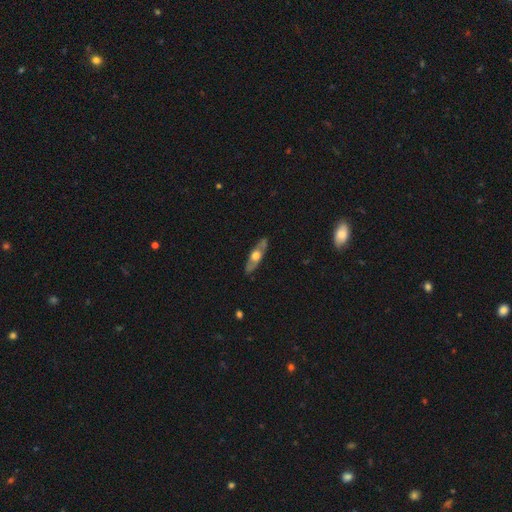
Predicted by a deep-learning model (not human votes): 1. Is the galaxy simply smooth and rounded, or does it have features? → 59% featured or disk, 36% smooth, 5% star or artifact.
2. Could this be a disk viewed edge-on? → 58% yes, 42% no.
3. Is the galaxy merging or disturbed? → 83% none, 13% minor disturbance, 3% major disturbance, 1% merger.